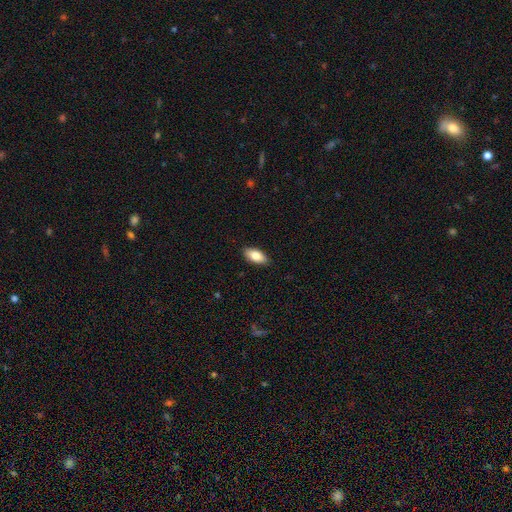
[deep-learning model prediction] Smooth or featured?
  - smooth: 82% *
  - featured or disk: 11%
  - star or artifact: 7%
How rounded?
  - in between: 90% *
  - cigar-shaped: 7%
  - round: 3%
Merging?
  - none: 88% *
  - minor disturbance: 9%
  - major disturbance: 2%
  - merger: 1%